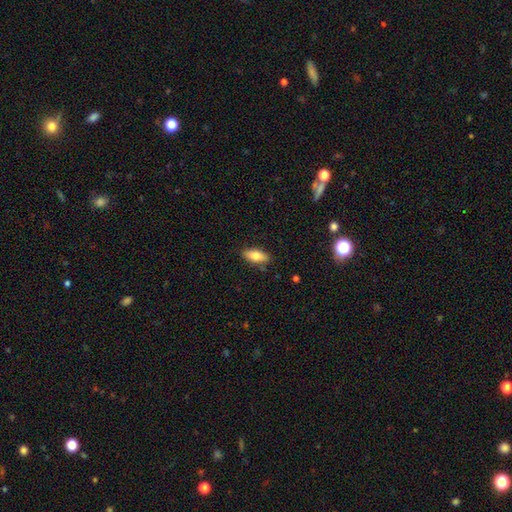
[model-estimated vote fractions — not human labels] Smooth or featured?
  - smooth: 78% *
  - featured or disk: 14%
  - star or artifact: 7%
How rounded?
  - in between: 84% *
  - cigar-shaped: 13%
  - round: 3%
Merging?
  - none: 84% *
  - minor disturbance: 12%
  - major disturbance: 2%
  - merger: 2%